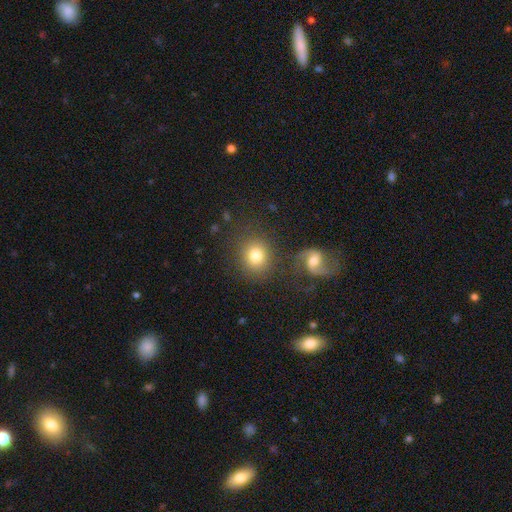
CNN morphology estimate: A smooth galaxy with no disk features (80%) that is round (78%).

Vote fractions:
- Smooth or featured? smooth: 80% / featured or disk: 12% / star or artifact: 9%
- How rounded? round: 78% / in between: 21% / cigar-shaped: 1%
- Merging? none: 76% / minor disturbance: 11% / merger: 9% / major disturbance: 5%